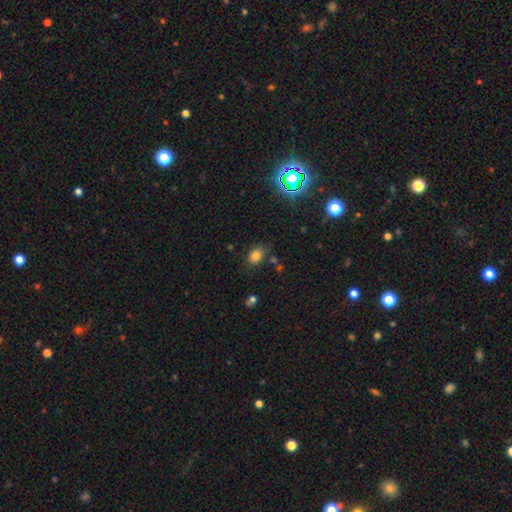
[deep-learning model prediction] A smooth galaxy with no disk features (79%) that is in between round and cigar-shaped (64%).

Vote fractions:
- Smooth or featured? smooth: 79% / star or artifact: 15% / featured or disk: 6%
- How rounded? in between: 64% / round: 35% / cigar-shaped: 1%
- Merging? none: 75% / minor disturbance: 16% / major disturbance: 5% / merger: 4%